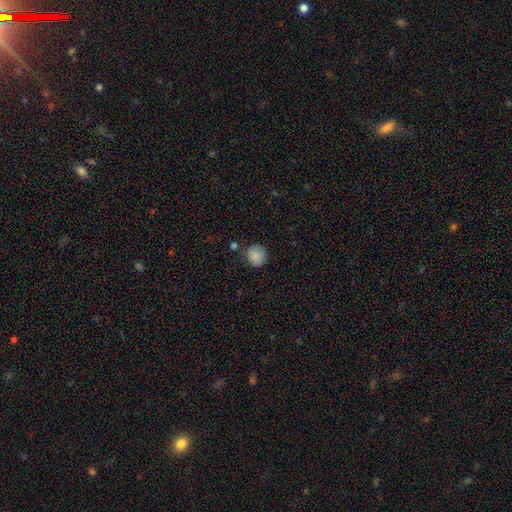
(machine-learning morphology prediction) Overall: smooth (84%). How rounded: round (90%). Merging: none (77%).